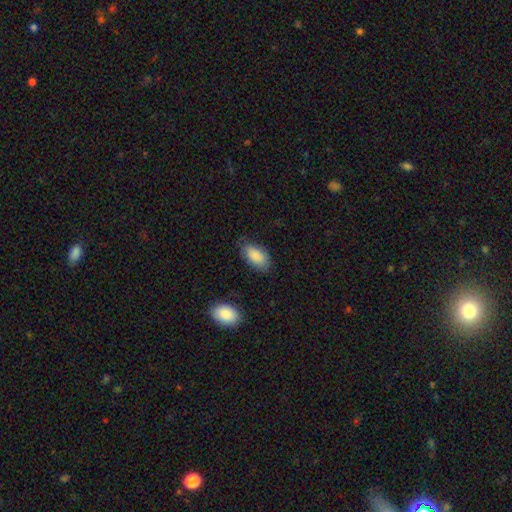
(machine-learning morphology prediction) Smooth or featured?
  - smooth: 87% *
  - featured or disk: 7%
  - star or artifact: 7%
How rounded?
  - in between: 93% *
  - cigar-shaped: 4%
  - round: 3%
Merging?
  - none: 74% *
  - minor disturbance: 20%
  - major disturbance: 4%
  - merger: 2%